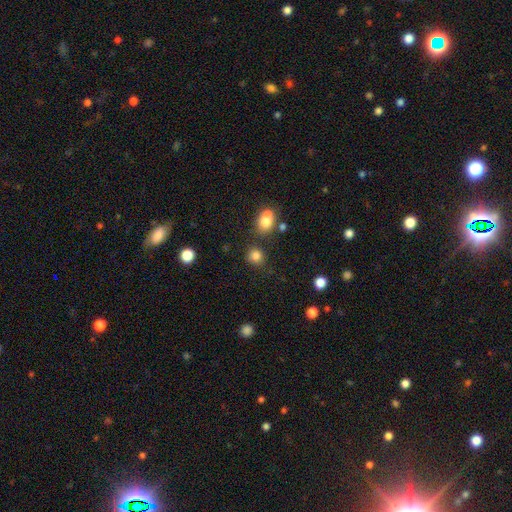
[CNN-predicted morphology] type=smooth (82%); roundness=round (81%); merging=none (74%).